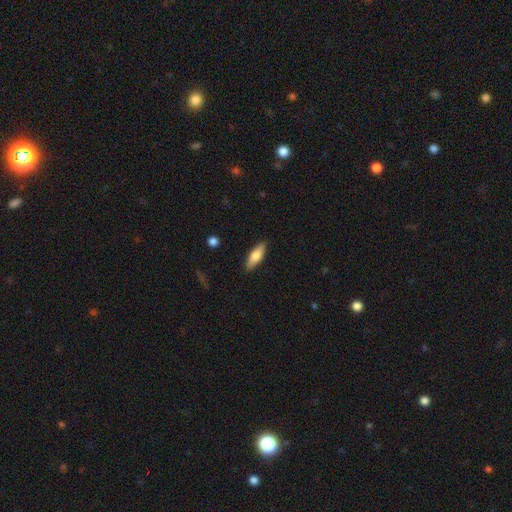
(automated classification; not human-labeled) A smooth galaxy with no disk features (75%) that is in between round and cigar-shaped (62%). Merging: none (89%).